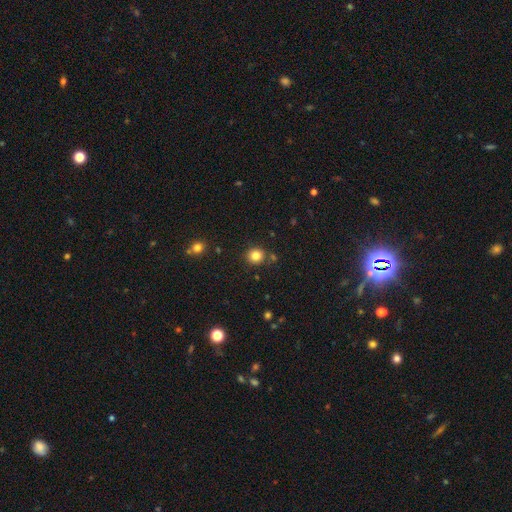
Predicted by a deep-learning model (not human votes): smooth 82%, star or artifact 12%, featured or disk 6%. Down the decision tree: how rounded — round (89%); merging — none (85%).